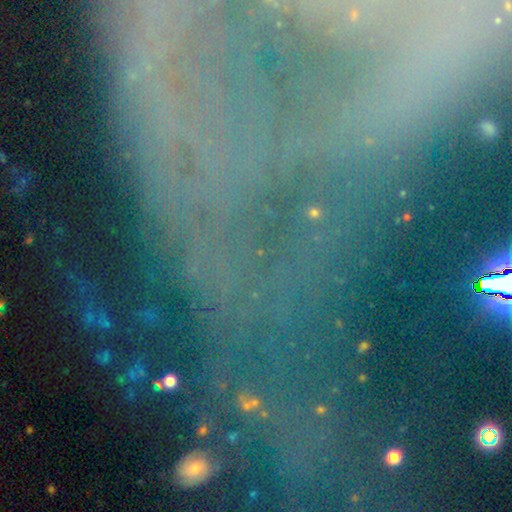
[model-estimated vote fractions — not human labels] A star or artifact, not a galaxy (67%).